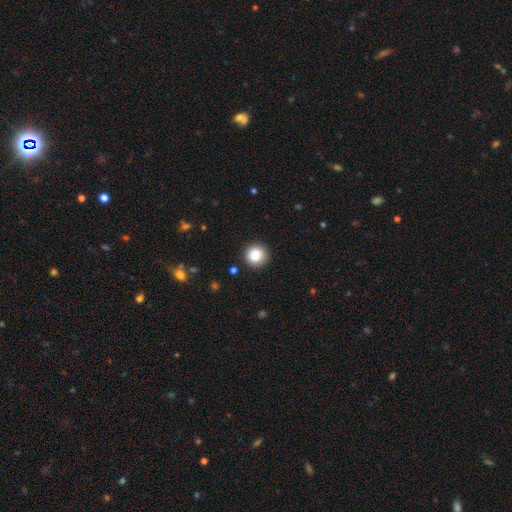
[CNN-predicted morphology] smooth 84%, star or artifact 10%, featured or disk 6%. Down the decision tree: how rounded — round (94%); merging — none (92%).